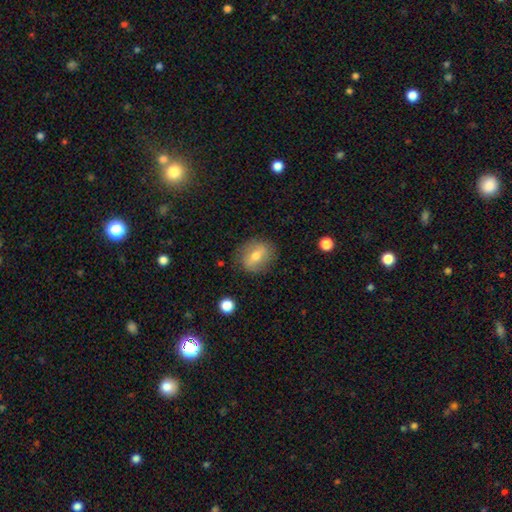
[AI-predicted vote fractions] Smooth or featured? smooth (57%)
How rounded? round (55%)
Merging? none (81%)